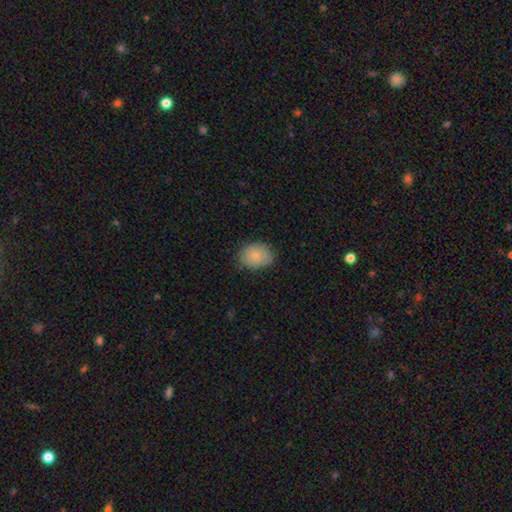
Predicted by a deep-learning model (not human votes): Smooth or featured?
  - smooth: 81% *
  - featured or disk: 11%
  - star or artifact: 8%
How rounded?
  - in between: 51% *
  - round: 48%
  - cigar-shaped: 1%
Merging?
  - none: 77% *
  - minor disturbance: 18%
  - major disturbance: 4%
  - merger: 1%